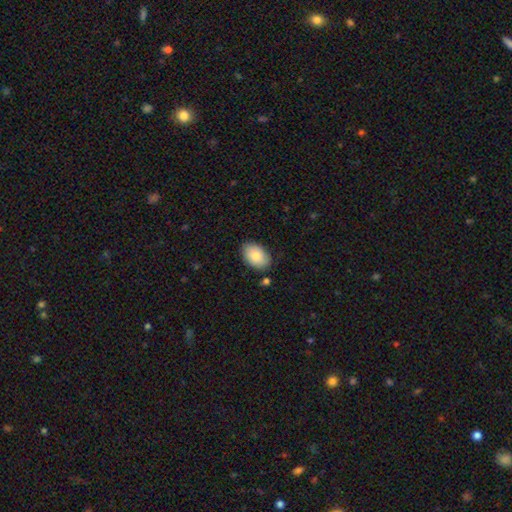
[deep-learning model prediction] A smooth galaxy with no disk features (84%) that is in between round and cigar-shaped (89%). Merging: none (82%).